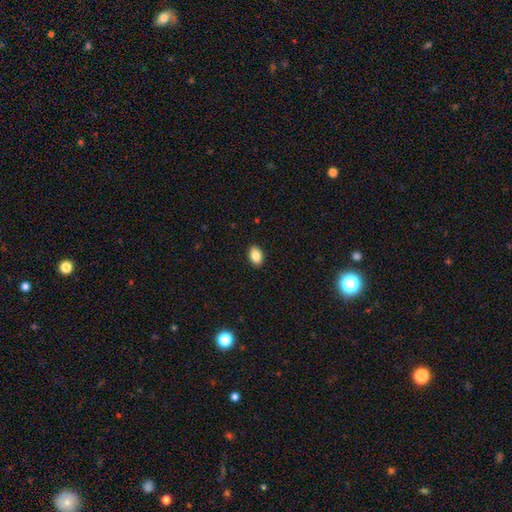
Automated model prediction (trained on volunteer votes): Morphology: type=smooth (86%); roundness=in between (84%); merging=none (91%).